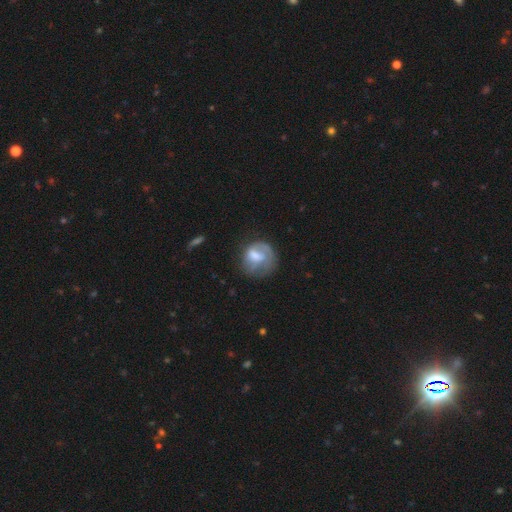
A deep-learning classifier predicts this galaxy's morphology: A smooth galaxy with no disk features (48%).

Vote fractions:
- Smooth or featured? smooth: 48% / featured or disk: 44% / star or artifact: 8%
- Merging? none: 45% / major disturbance: 27% / minor disturbance: 25% / merger: 3%